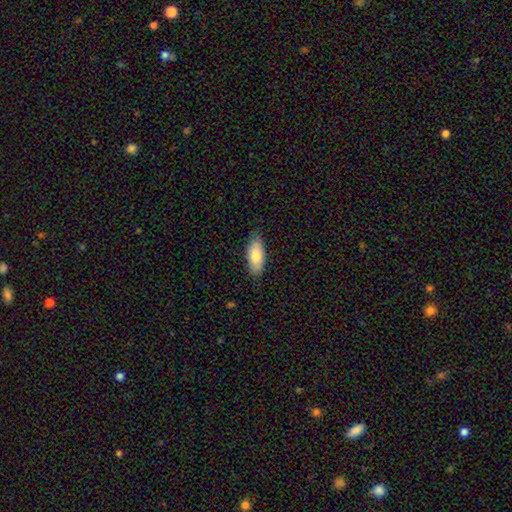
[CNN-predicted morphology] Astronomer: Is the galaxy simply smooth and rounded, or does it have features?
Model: smooth — 78%.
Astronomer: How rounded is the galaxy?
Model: in between — 86%.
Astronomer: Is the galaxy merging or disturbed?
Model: none — 83%.